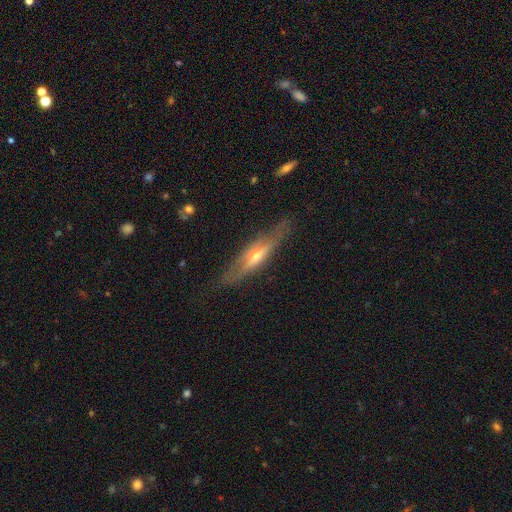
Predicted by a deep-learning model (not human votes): This is likely a featured or disk galaxy (73%). It is clearly viewed edge-on (91%). Edge-on bulge: clearly rounded (84%). Merging: clearly none (80%).